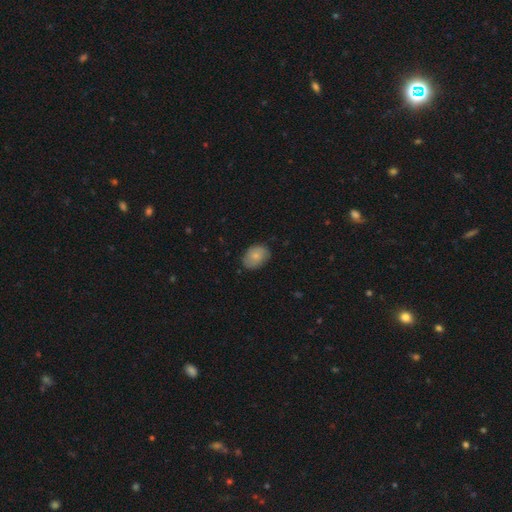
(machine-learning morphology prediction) Smooth or featured?
  - smooth: 76% *
  - featured or disk: 17%
  - star or artifact: 7%
How rounded?
  - in between: 74% *
  - round: 25%
  - cigar-shaped: 1%
Merging?
  - none: 80% *
  - minor disturbance: 16%
  - major disturbance: 3%
  - merger: 1%